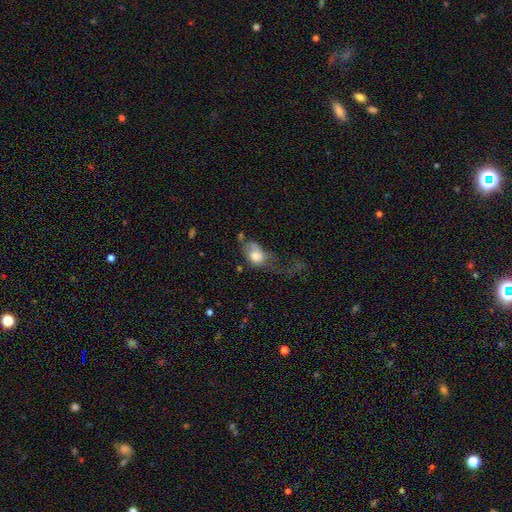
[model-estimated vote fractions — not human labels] Smooth or featured?
  - smooth: 67% *
  - featured or disk: 25%
  - star or artifact: 8%
How rounded?
  - in between: 73% *
  - round: 25%
  - cigar-shaped: 2%
Merging?
  - major disturbance: 58% *
  - minor disturbance: 18%
  - none: 15%
  - merger: 9%